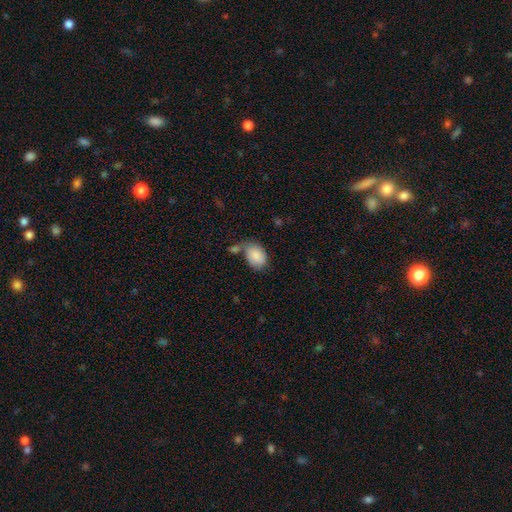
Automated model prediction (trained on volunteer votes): Smooth or featured?
  - smooth: 84% *
  - featured or disk: 9%
  - star or artifact: 7%
How rounded?
  - in between: 82% *
  - round: 17%
  - cigar-shaped: 1%
Merging?
  - none: 45% *
  - minor disturbance: 24%
  - merger: 22%
  - major disturbance: 10%